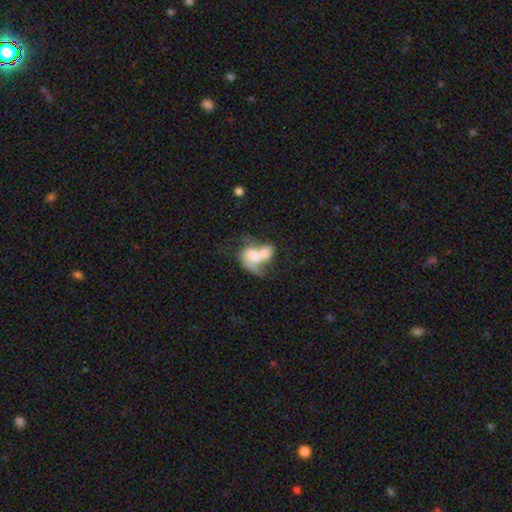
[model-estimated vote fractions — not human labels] Smooth or featured?
  - featured or disk: 47% *
  - smooth: 46%
  - star or artifact: 8%
Merging?
  - merger: 76% *
  - major disturbance: 10%
  - none: 9%
  - minor disturbance: 6%